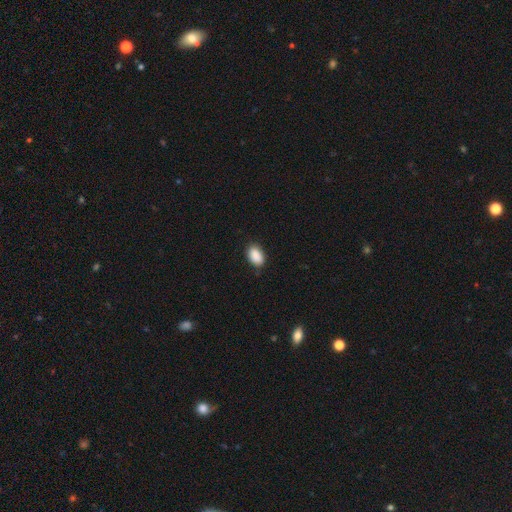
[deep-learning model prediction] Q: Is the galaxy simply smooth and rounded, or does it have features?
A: smooth — 90%.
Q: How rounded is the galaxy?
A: in between — 90%.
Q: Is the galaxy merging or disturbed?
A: none — 84%.